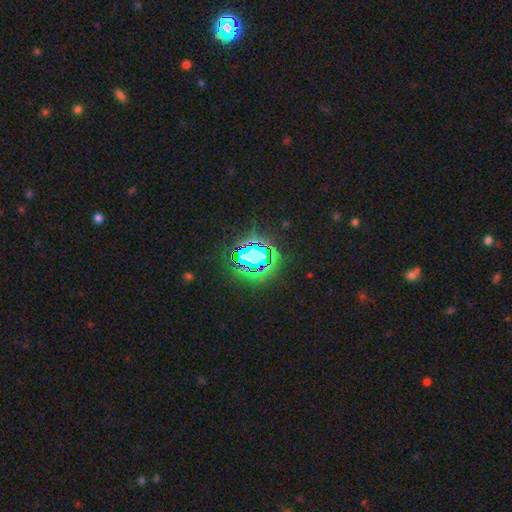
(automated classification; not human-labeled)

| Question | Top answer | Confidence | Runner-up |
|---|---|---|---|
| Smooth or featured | star or artifact | 81% | smooth (13%) |